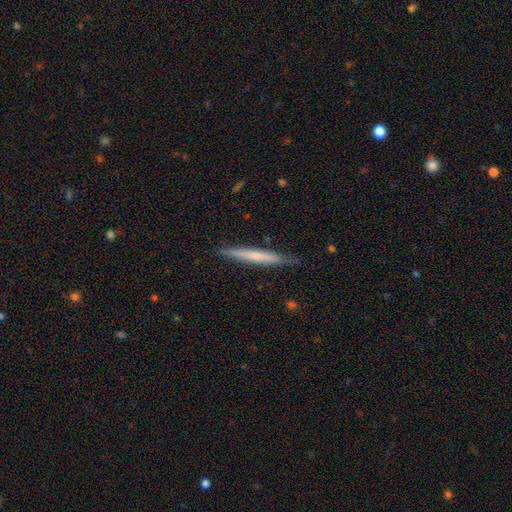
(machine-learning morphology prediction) Smooth or featured: smooth — 52% (featured or disk — 43%)
How rounded: cigar-shaped — 96% (in between — 2%)
Merging: none — 84% (minor disturbance — 12%)